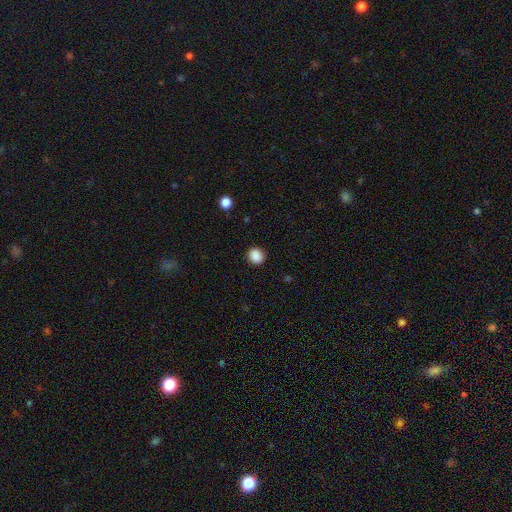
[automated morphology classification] Smooth or featured: smooth — 88% (star or artifact — 9%)
How rounded: round — 83% (in between — 16%)
Merging: none — 90% (minor disturbance — 7%)